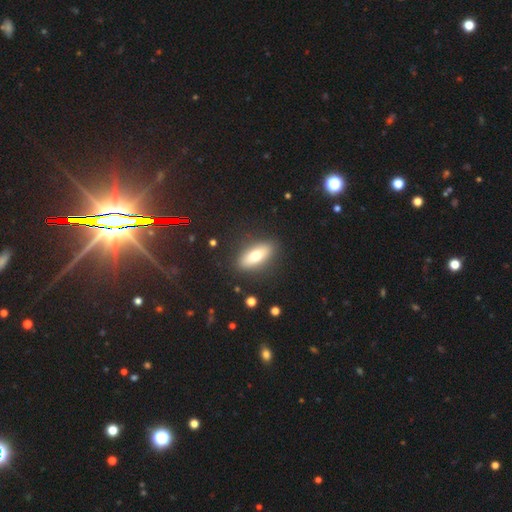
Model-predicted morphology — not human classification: Smooth or featured? Predicted: smooth (p=0.67). How rounded? Predicted: in between (p=0.76). Merging? Predicted: none (p=0.87).